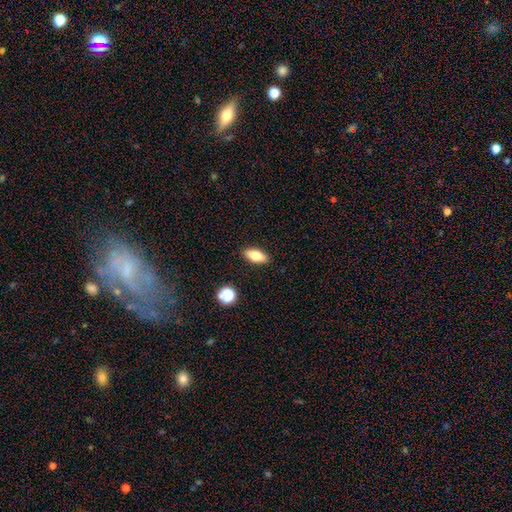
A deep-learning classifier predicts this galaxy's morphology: This is likely a smooth galaxy (74%). How rounded: likely in between (79%). Merging: clearly none (89%).